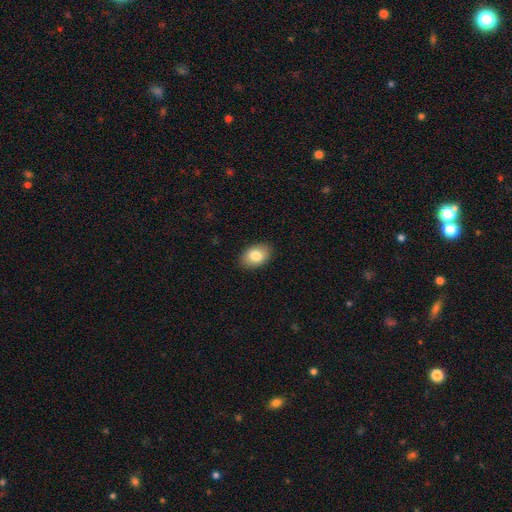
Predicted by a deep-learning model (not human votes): A smooth galaxy with no disk features (82%) that is in between round and cigar-shaped (86%). Merging: none (89%).